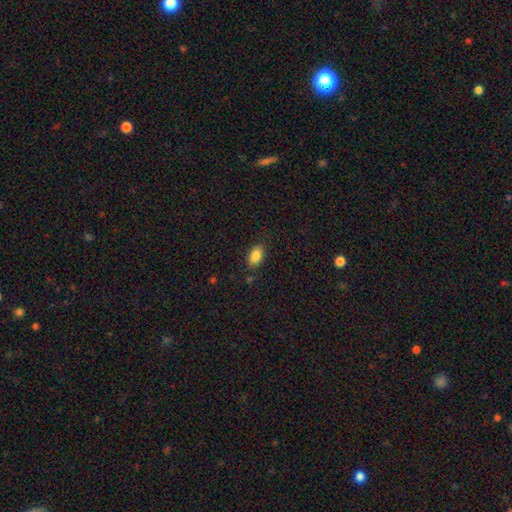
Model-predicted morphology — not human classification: Smooth or featured?
  - smooth: 84% *
  - star or artifact: 8%
  - featured or disk: 7%
How rounded?
  - in between: 88% *
  - round: 11%
  - cigar-shaped: 2%
Merging?
  - none: 83% *
  - minor disturbance: 12%
  - major disturbance: 3%
  - merger: 2%